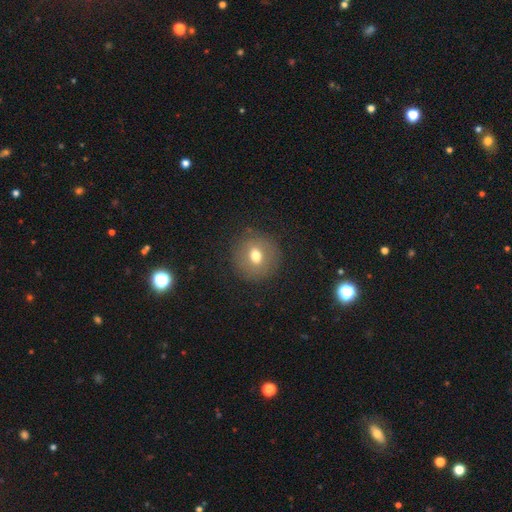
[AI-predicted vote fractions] A smooth galaxy with no disk features (66%) that is round (87%). Merging: none (86%).